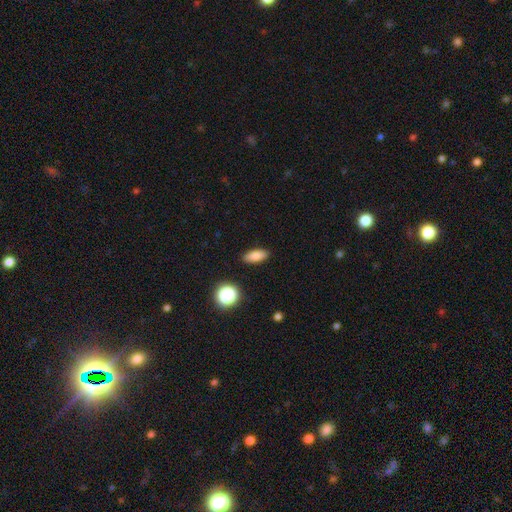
Morphology: type=smooth (82%); roundness=in between (78%); merging=none (86%).